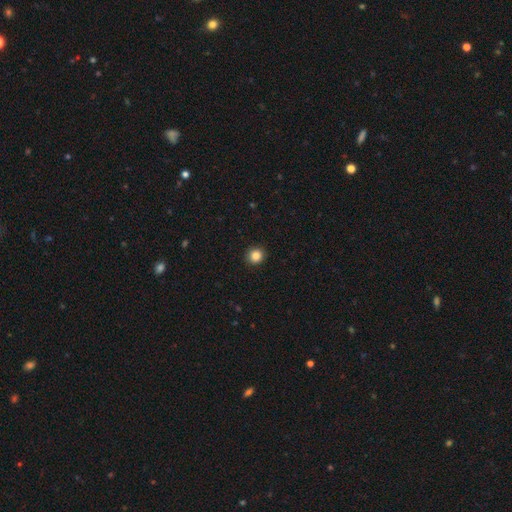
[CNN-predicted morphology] smooth_or_featured: smooth (p=0.85) [alt: star or artifact p=0.10]
how_rounded: round (p=0.91) [alt: in between p=0.08]
merging: none (p=0.93) [alt: minor disturbance p=0.05]